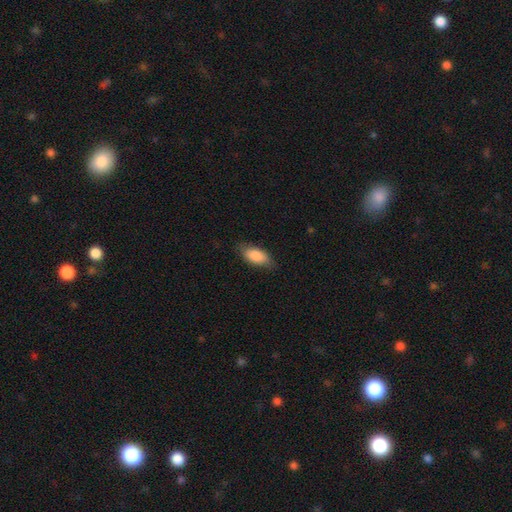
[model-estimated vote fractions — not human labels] This is clearly a smooth galaxy (86%). How rounded: clearly in between (89%). Merging: likely none (78%).